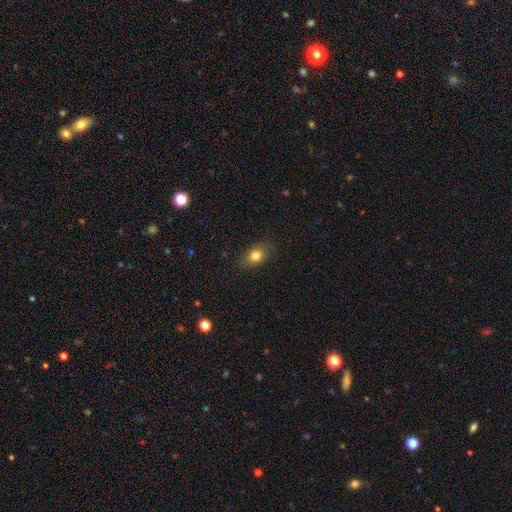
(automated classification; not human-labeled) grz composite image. It shows a smooth galaxy with no disk features (79%) that is in between round and cigar-shaped (71%). Merging: none (81%).